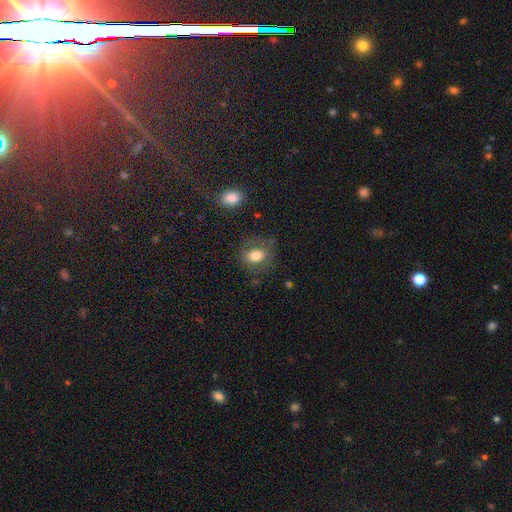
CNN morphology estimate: A smooth galaxy with no disk features (72%) that is in between round and cigar-shaped (50%). Merging: none (66%).